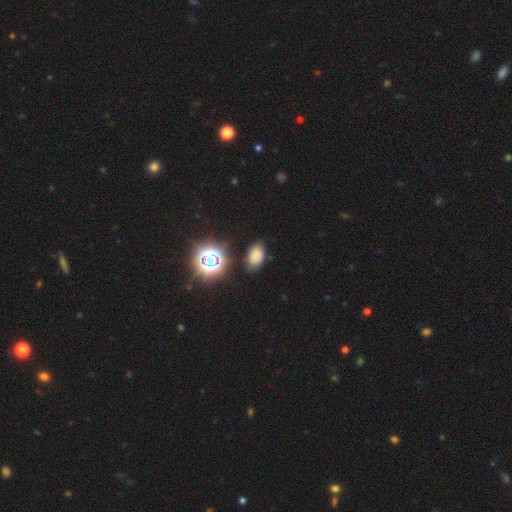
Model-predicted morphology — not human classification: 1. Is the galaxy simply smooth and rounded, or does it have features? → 69% smooth, 24% star or artifact, 7% featured or disk.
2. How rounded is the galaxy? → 90% in between, 9% round, 2% cigar-shaped.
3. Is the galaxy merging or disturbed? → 81% none, 13% minor disturbance, 4% major disturbance, 3% merger.